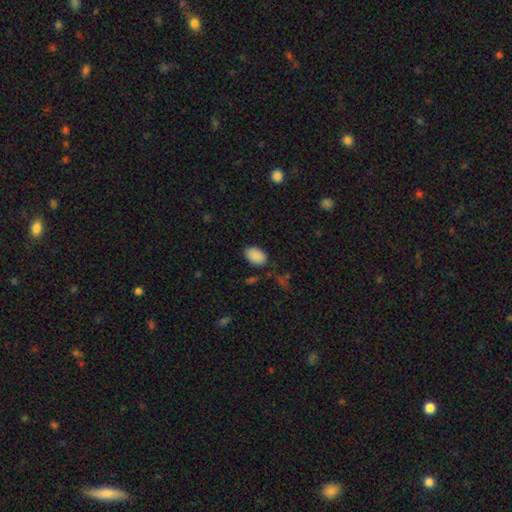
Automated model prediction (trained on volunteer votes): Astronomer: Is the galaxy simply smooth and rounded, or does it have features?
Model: smooth — 88%.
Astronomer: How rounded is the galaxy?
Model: in between — 89%.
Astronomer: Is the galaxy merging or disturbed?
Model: none — 82%.